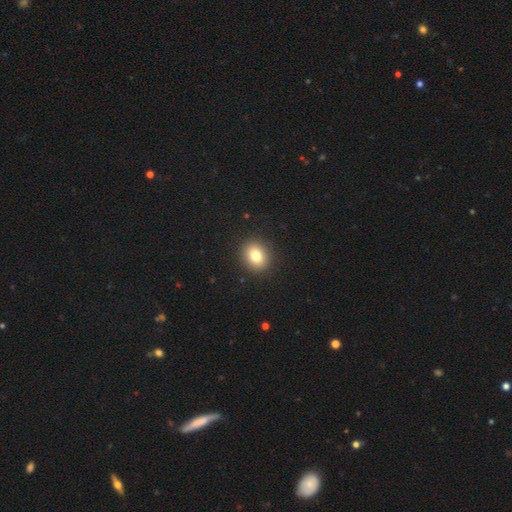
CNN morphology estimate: Smooth or featured?
  - smooth: 80% *
  - star or artifact: 11%
  - featured or disk: 9%
How rounded?
  - round: 60% *
  - in between: 39%
  - cigar-shaped: 1%
Merging?
  - none: 91% *
  - minor disturbance: 6%
  - major disturbance: 2%
  - merger: 1%